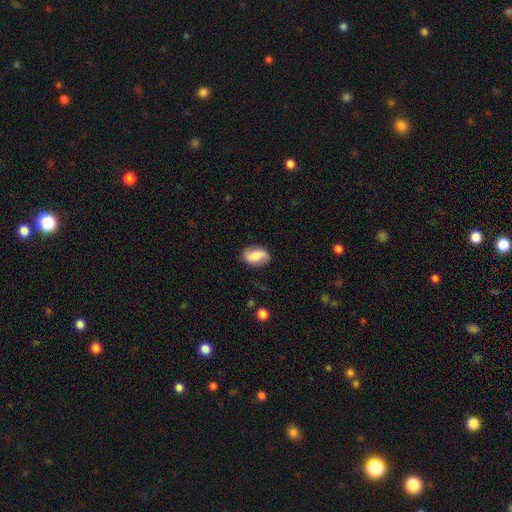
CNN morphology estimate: Smooth or featured: smooth — 50% (featured or disk — 42%)
How rounded: in between — 84% (round — 13%)
Merging: none — 82% (minor disturbance — 13%)